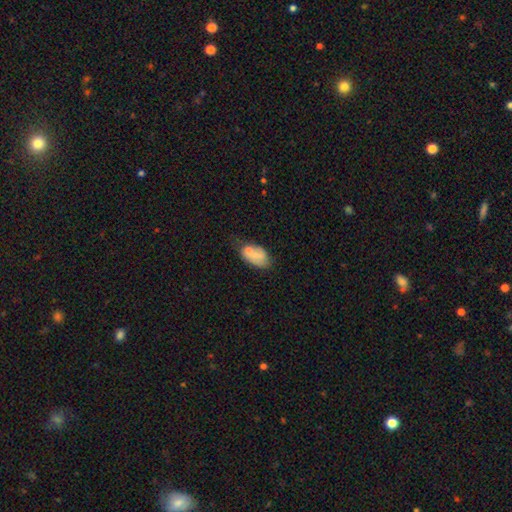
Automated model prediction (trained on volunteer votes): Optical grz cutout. It shows a smooth galaxy with no disk features (66%) that is in between round and cigar-shaped (91%). Merging: none (43%).